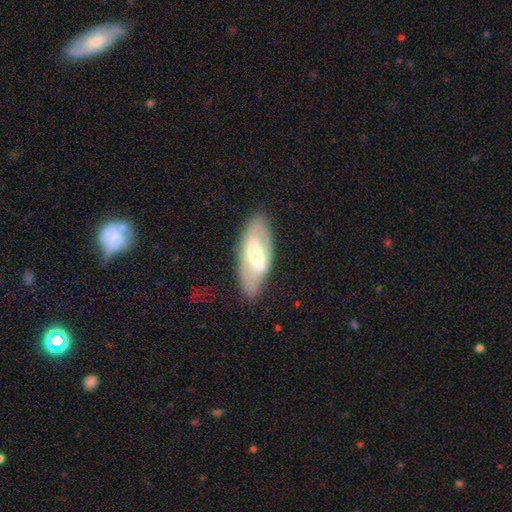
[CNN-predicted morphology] type=featured or disk (63%); edge-on=no (85%); bar=strong (53%); spiral arms=no (56%); bulge=moderate (54%); merging=none (80%).